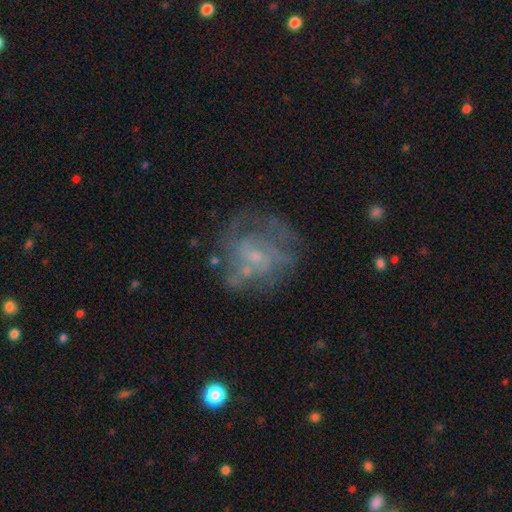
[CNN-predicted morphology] This appears to be a featured or disk galaxy (68%) with no bar (68%), spiral arms (62%) and a small central bulge (67%). Merging: none (59%).